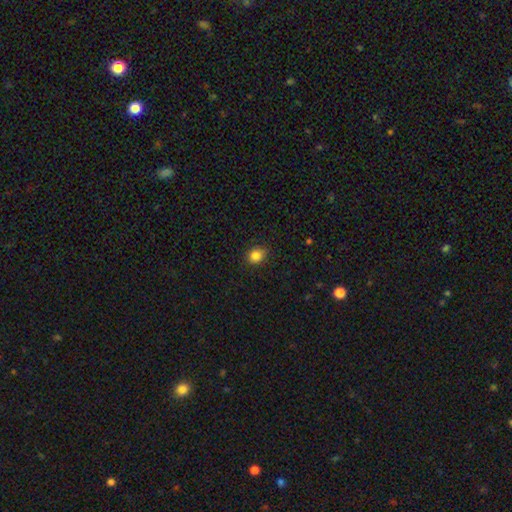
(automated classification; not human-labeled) Morphology: type=smooth (84%); roundness=round (67%); merging=none (86%).